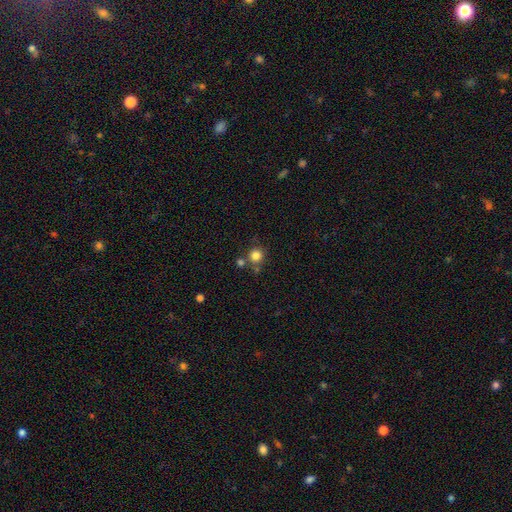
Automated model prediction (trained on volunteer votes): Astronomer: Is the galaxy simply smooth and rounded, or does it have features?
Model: smooth — 82%.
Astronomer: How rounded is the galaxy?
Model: round — 92%.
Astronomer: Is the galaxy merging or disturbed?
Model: none — 70%.